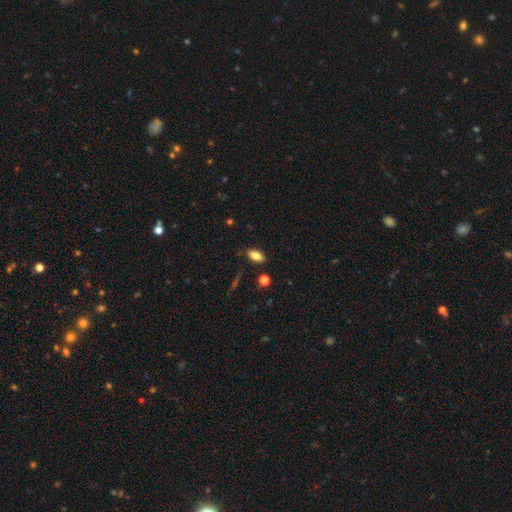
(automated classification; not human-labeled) Q: Smooth or featured?
A: smooth (81%); runner-up: featured or disk (11%)
Q: How rounded?
A: in between (87%); runner-up: cigar-shaped (8%)
Q: Merging?
A: none (83%); runner-up: minor disturbance (12%)